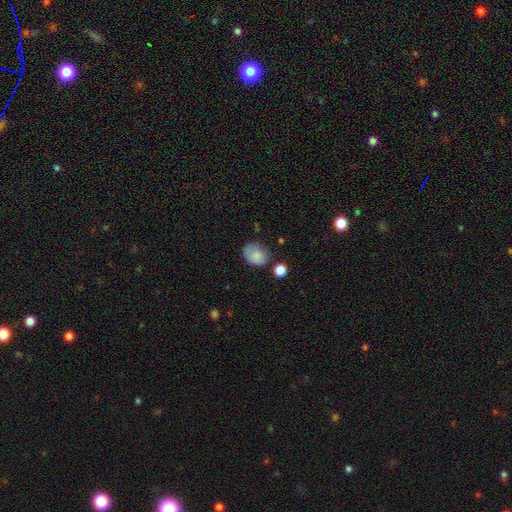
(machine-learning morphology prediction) Smooth or featured?
  - smooth: 82% *
  - featured or disk: 9%
  - star or artifact: 9%
How rounded?
  - in between: 65% *
  - round: 34%
  - cigar-shaped: 1%
Merging?
  - none: 60% *
  - minor disturbance: 27%
  - major disturbance: 8%
  - merger: 5%